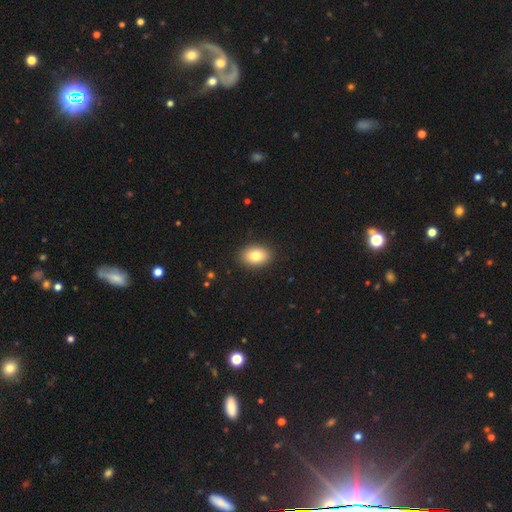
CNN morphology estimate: This appears to be a smooth galaxy with no disk features (82%) that is in between round and cigar-shaped (81%). Merging: none (90%).